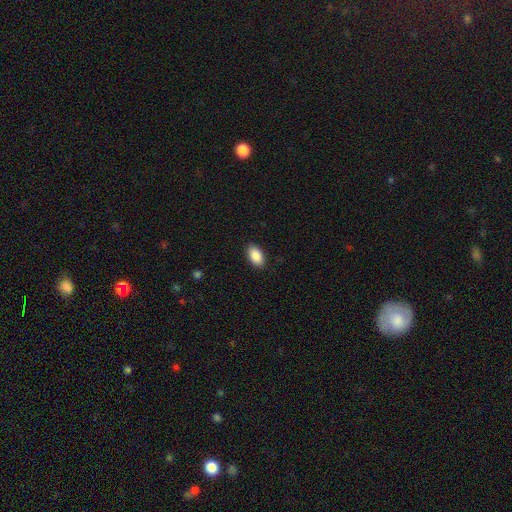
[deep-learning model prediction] smooth_or_featured: smooth (p=0.90) [alt: star or artifact p=0.07]
how_rounded: in between (p=0.94) [alt: round p=0.04]
merging: none (p=0.89) [alt: minor disturbance p=0.08]